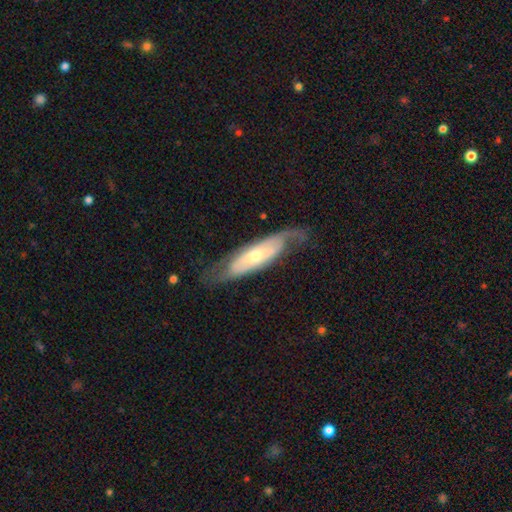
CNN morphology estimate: type=featured or disk (69%); edge-on=no (74%); bar=no (57%); spiral arms=yes (81%); bulge=small (48%); merging=none (61%).